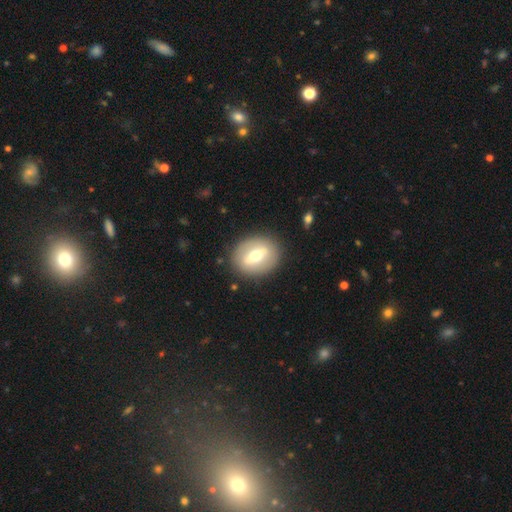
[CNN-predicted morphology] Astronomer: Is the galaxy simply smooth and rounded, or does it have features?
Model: featured or disk — 53% (runner-up: smooth, 40%).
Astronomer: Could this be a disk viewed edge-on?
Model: no — 74%.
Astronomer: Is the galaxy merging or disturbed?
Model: none — 87%.